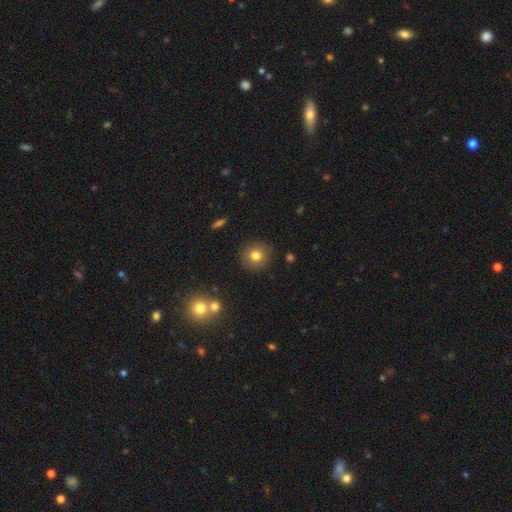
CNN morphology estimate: The model was most divided on "smooth or featured": smooth: 77%, star or artifact: 12%, featured or disk: 11%. More confident: how rounded — round (91%); merging — none (88%).